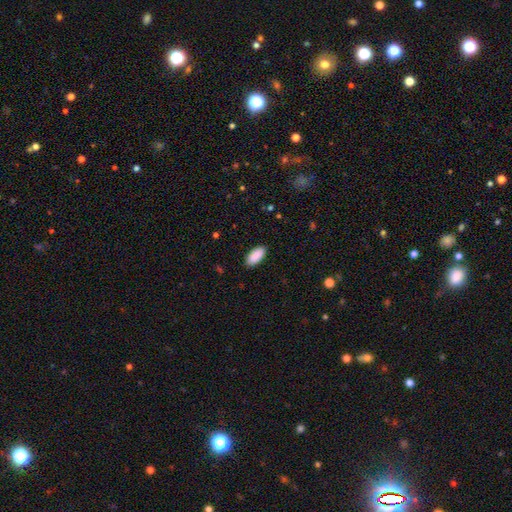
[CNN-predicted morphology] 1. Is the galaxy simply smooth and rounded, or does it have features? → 91% smooth, 6% star or artifact, 3% featured or disk.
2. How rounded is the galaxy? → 92% in between, 6% cigar-shaped, 2% round.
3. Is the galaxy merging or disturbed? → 89% none, 8% minor disturbance, 2% major disturbance, 1% merger.